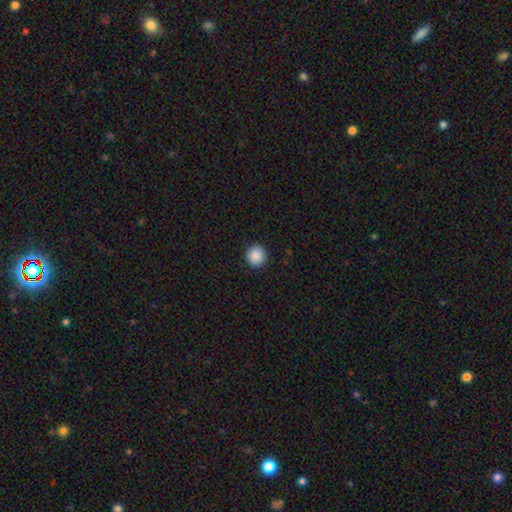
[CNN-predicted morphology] The model was most divided on "smooth or featured": smooth: 89%, star or artifact: 8%, featured or disk: 2%. More confident: merging — none (93%); how rounded — round (92%).